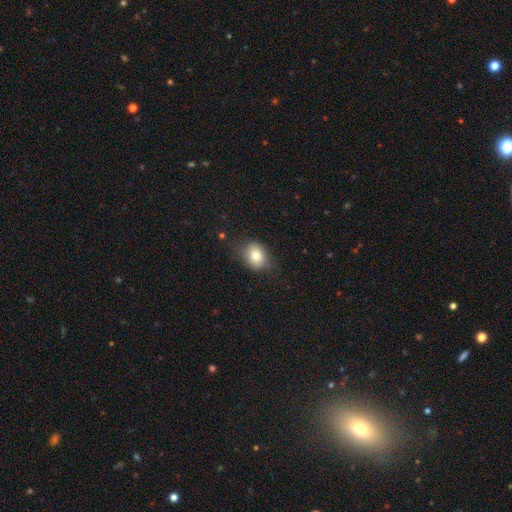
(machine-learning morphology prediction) type=smooth (79%); roundness=in between (57%); merging=none (69%).